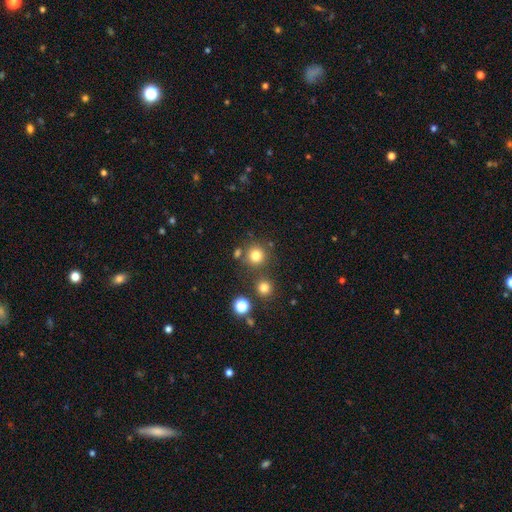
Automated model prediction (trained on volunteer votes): smooth_or_featured: smooth (p=0.79) [alt: star or artifact p=0.15]
how_rounded: round (p=0.93) [alt: in between p=0.06]
merging: none (p=0.79) [alt: merger p=0.10]